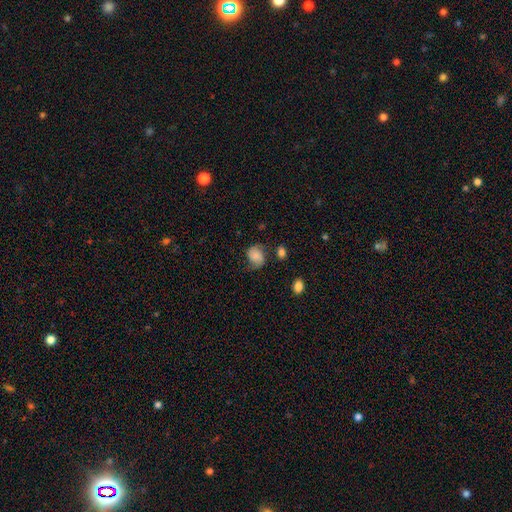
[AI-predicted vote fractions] Smooth or featured?
  - smooth: 64% *
  - featured or disk: 26%
  - star or artifact: 10%
How rounded?
  - in between: 51% *
  - round: 48%
  - cigar-shaped: 1%
Merging?
  - none: 53% *
  - minor disturbance: 29%
  - major disturbance: 14%
  - merger: 4%